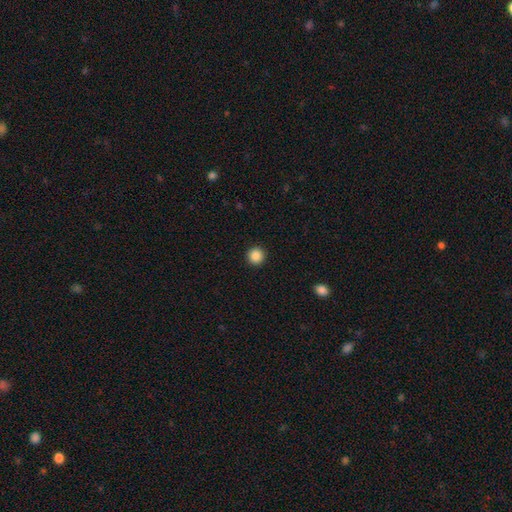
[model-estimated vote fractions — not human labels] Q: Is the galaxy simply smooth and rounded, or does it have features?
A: smooth — 88%.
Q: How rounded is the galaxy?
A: round — 95%.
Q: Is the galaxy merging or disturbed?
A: none — 93%.